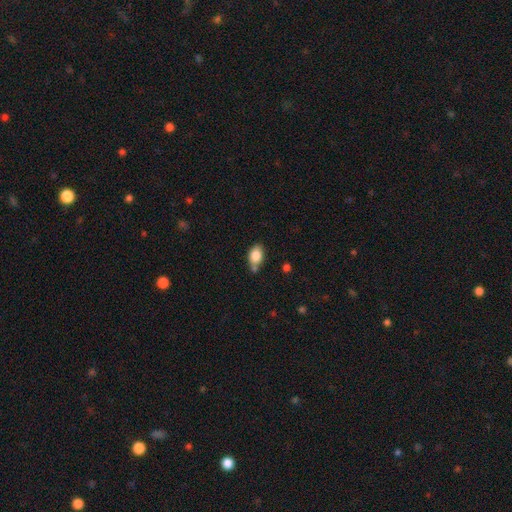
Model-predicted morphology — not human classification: smooth_or_featured: smooth (p=0.84) [alt: featured or disk p=0.09]
how_rounded: in between (p=0.87) [alt: round p=0.11]
merging: none (p=0.59) [alt: minor disturbance p=0.24]